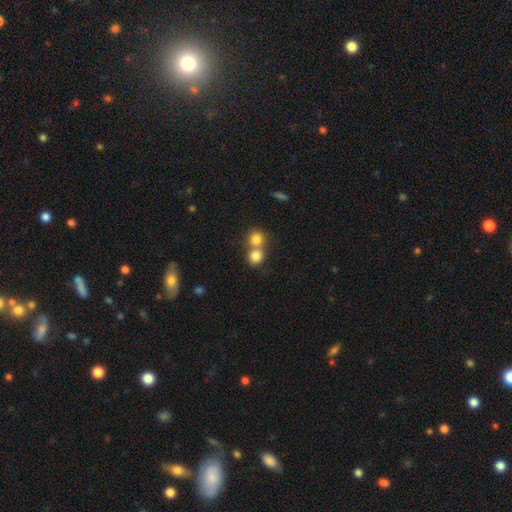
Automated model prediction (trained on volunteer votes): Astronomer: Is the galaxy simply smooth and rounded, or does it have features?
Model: smooth — 81%.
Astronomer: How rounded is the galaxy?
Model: round — 84%.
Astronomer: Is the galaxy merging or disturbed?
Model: merger — 53% (runner-up: none, 39%).